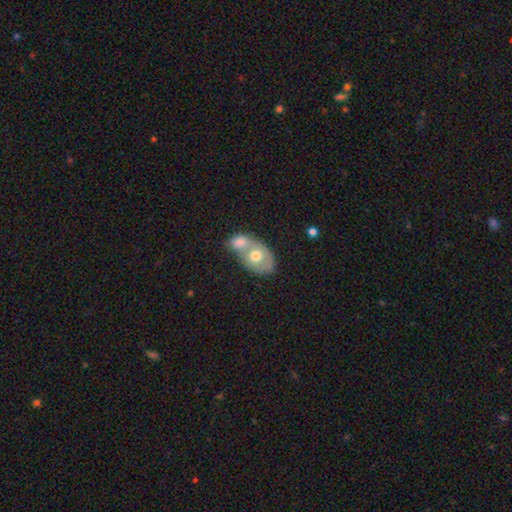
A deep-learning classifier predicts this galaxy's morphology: smooth-or-featured: smooth: 61% | featured or disk: 33% | star or artifact: 6%
  how-rounded: in between: 72% | round: 26% | cigar-shaped: 1%
  merging: merger: 70% | none: 17% | minor disturbance: 8% | major disturbance: 5%